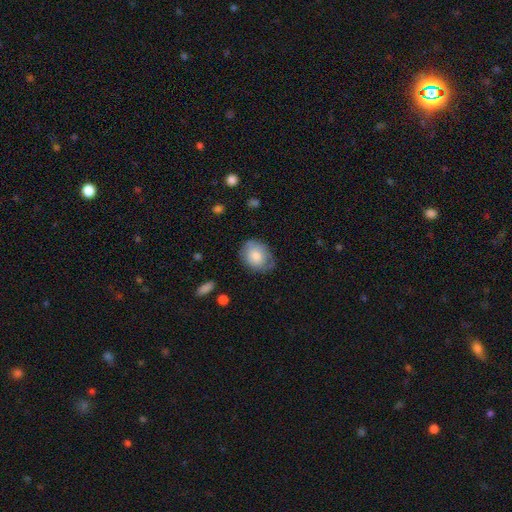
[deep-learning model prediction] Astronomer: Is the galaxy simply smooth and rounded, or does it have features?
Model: smooth — 75%.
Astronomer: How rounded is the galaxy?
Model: in between — 57% (runner-up: round, 42%).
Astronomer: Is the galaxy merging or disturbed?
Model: none — 68%.